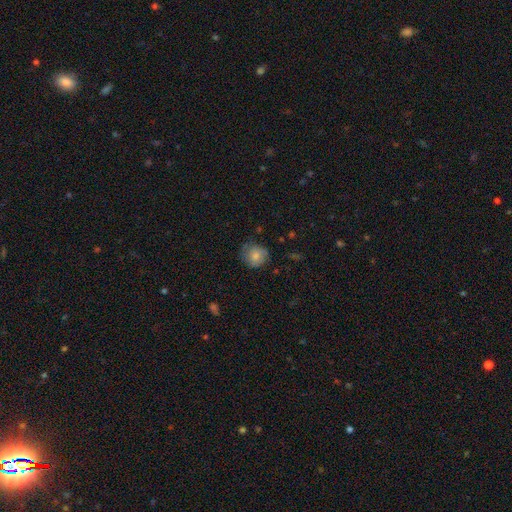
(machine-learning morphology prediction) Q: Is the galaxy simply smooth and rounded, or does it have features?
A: smooth — 74%.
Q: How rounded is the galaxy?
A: round — 85%.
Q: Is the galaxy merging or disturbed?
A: none — 67%.